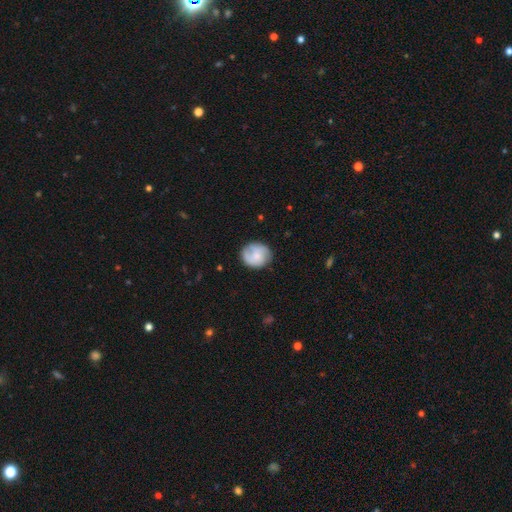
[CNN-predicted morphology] A smooth galaxy with no disk features (59%) that is round (80%).

Vote fractions:
- Smooth or featured? smooth: 59% / featured or disk: 34% / star or artifact: 7%
- How rounded? round: 80% / in between: 19% / cigar-shaped: 1%
- Merging? none: 76% / minor disturbance: 18% / major disturbance: 5% / merger: 1%